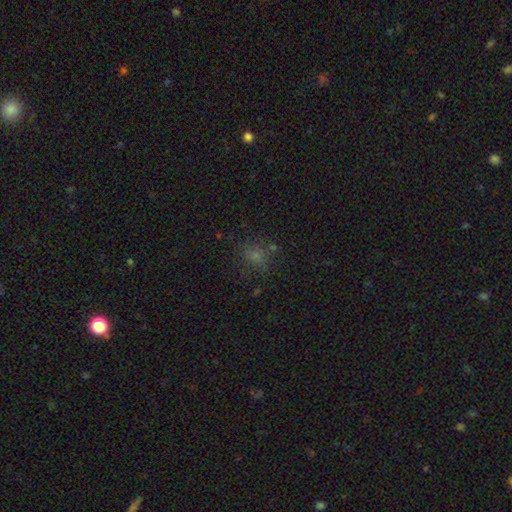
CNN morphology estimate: Q: Smooth or featured?
A: smooth (63%); runner-up: star or artifact (25%)
Q: How rounded?
A: round (66%); runner-up: in between (33%)
Q: Merging?
A: none (65%); runner-up: minor disturbance (18%)